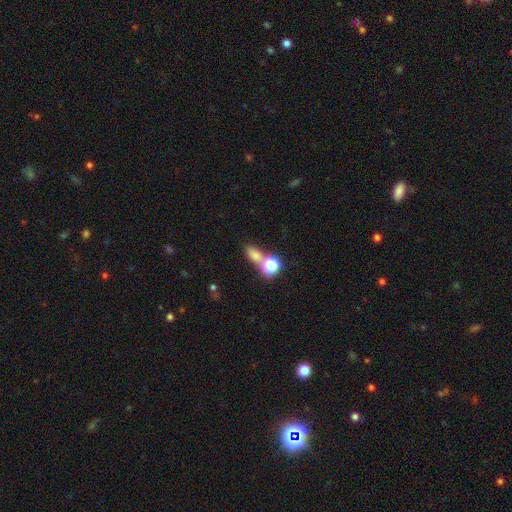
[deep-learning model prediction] smooth-or-featured: smooth: 65% | star or artifact: 25% | featured or disk: 10%
  how-rounded: in between: 63% | round: 31% | cigar-shaped: 5%
  merging: none: 51% | merger: 32% | minor disturbance: 11% | major disturbance: 6%